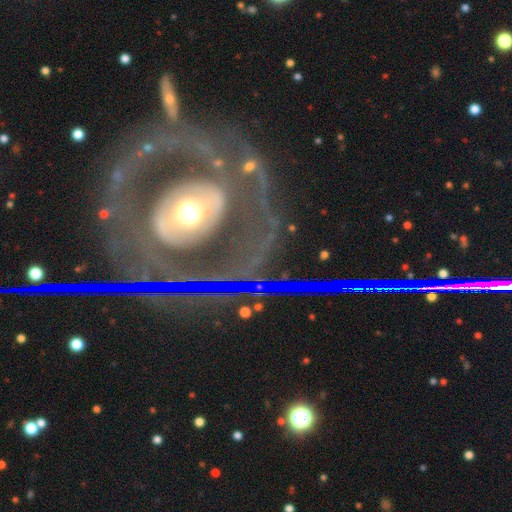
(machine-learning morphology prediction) Smooth or featured: featured or disk — 70% (smooth — 19%)
Edge-on disk: no — 91% (yes — 9%)
Bar: no — 63% (weak — 20%)
Spiral arms: no — 55% (yes — 45%)
Bulge size: moderate — 63% (large — 17%)
Merging: none — 71% (minor disturbance — 13%)